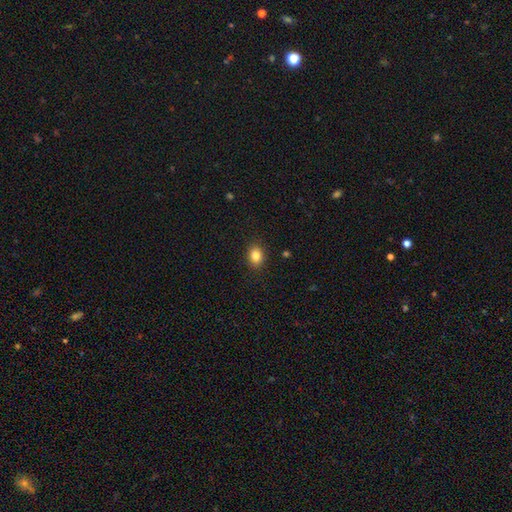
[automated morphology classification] type=smooth (84%); roundness=in between (57%); merging=none (89%).